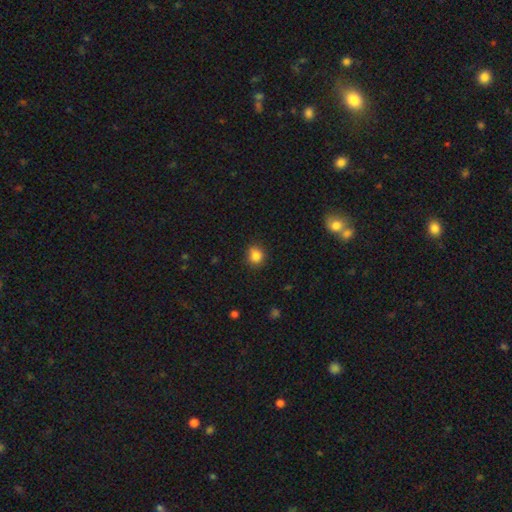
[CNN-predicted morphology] Smooth or featured? Predicted: smooth (p=0.85). How rounded? Predicted: round (p=0.85). Merging? Predicted: none (p=0.87).